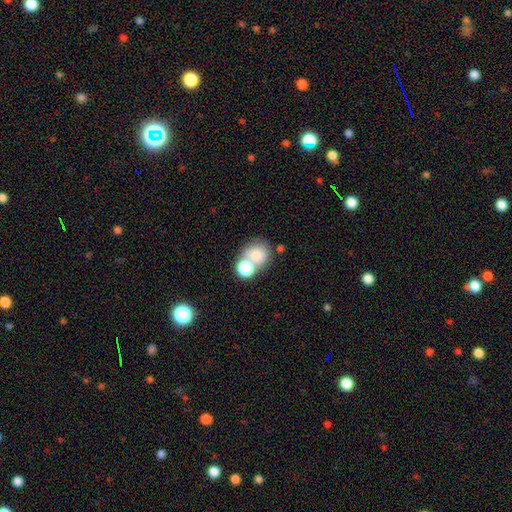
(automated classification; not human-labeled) The model was most divided on "merging": merger: 43%, none: 41%, minor disturbance: 10%, major disturbance: 5%. More confident: smooth or featured — smooth (74%); how rounded — round (72%).